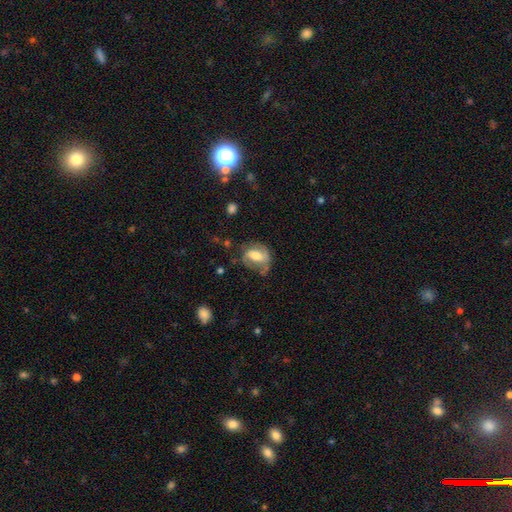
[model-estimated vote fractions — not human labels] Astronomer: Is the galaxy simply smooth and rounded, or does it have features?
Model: featured or disk — 55% (runner-up: smooth, 38%).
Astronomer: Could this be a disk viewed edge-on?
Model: no — 95%.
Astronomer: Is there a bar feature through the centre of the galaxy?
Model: weak — 39% (runner-up: no, 31%).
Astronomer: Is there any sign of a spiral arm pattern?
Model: yes — 69%.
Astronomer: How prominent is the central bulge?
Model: moderate — 59%.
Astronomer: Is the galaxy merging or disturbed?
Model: none — 46% (runner-up: minor disturbance, 29%).